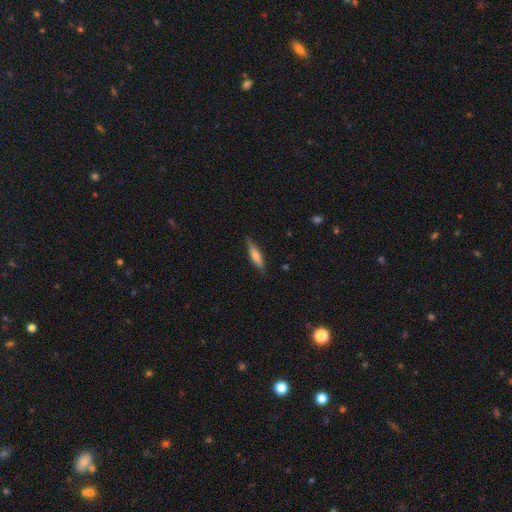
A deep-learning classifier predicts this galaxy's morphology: A smooth galaxy with no disk features (54%) that is cigar-shaped (78%).

Vote fractions:
- Smooth or featured? smooth: 54% / featured or disk: 40% / star or artifact: 6%
- How rounded? cigar-shaped: 78% / in between: 20% / round: 2%
- Merging? none: 84% / minor disturbance: 13% / major disturbance: 2% / merger: 1%